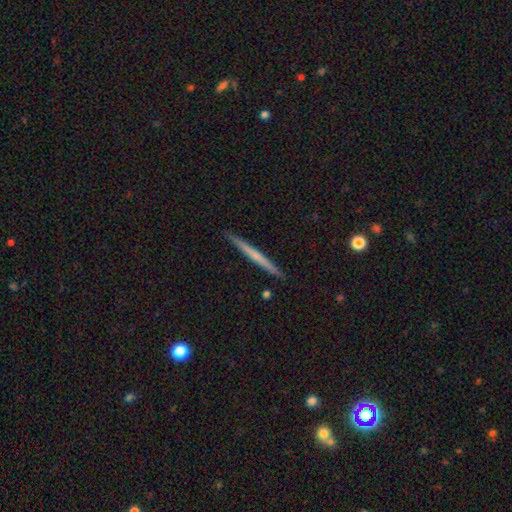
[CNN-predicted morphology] smooth_or_featured: smooth (p=0.47) [tied with: featured or disk p=0.47]
merging: none (p=0.92) [alt: minor disturbance p=0.06]